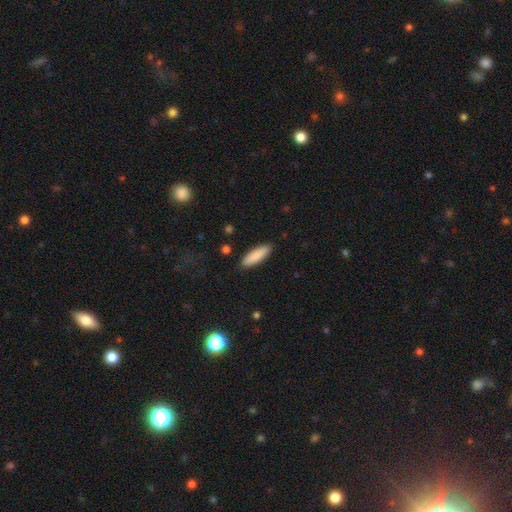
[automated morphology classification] smooth_or_featured: smooth (p=0.88) [alt: featured or disk p=0.07]
how_rounded: cigar-shaped (p=0.54) [alt: in between p=0.44]
merging: none (p=0.90) [alt: minor disturbance p=0.07]